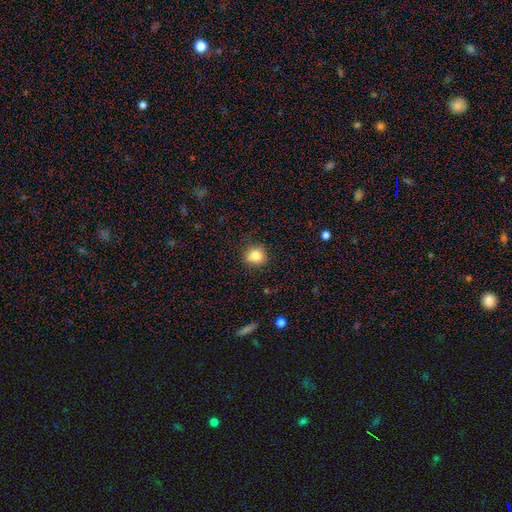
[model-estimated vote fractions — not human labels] This appears to be a smooth galaxy with no disk features (81%) that is round (81%). Merging: none (79%).